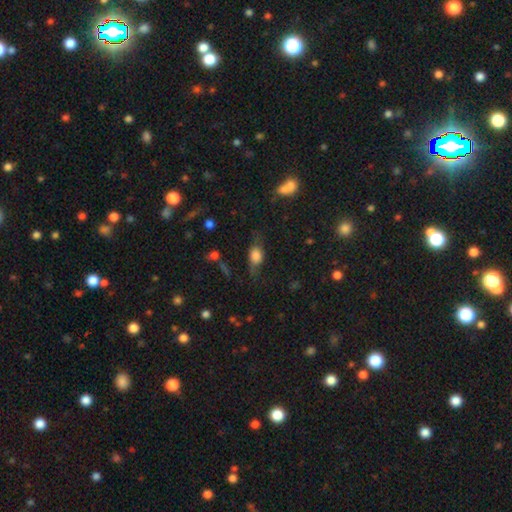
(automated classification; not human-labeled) Smooth or featured: smooth — 65% (featured or disk — 24%)
How rounded: in between — 74% (round — 18%)
Merging: none — 52% (minor disturbance — 27%)